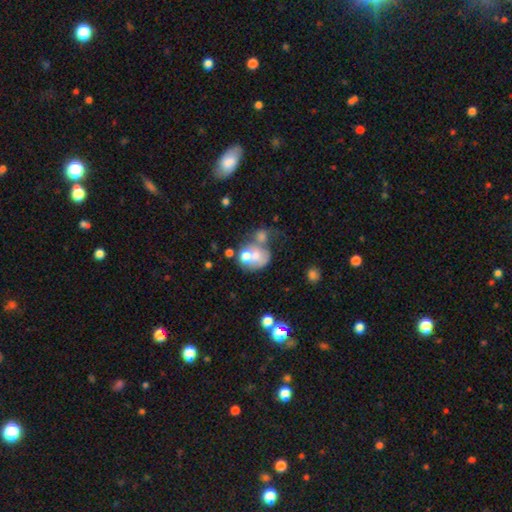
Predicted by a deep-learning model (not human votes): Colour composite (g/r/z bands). It shows a smooth galaxy with no disk features (54%) that is round (57%). Merging: merger (54%).